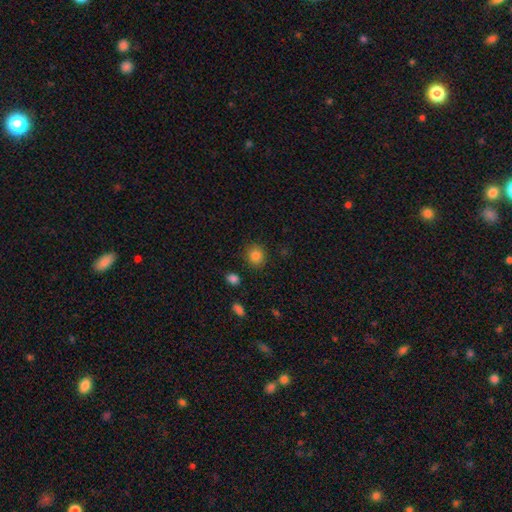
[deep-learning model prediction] smooth_or_featured: smooth (p=0.83) [alt: star or artifact p=0.11]
how_rounded: round (p=0.86) [alt: in between p=0.14]
merging: none (p=0.87) [alt: minor disturbance p=0.08]